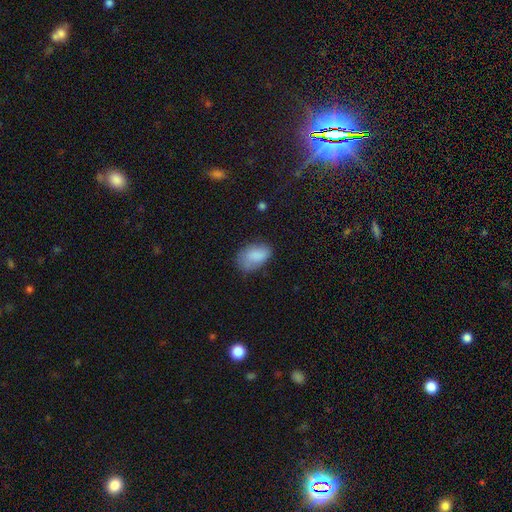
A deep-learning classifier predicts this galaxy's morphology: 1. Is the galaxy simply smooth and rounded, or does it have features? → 85% smooth, 8% featured or disk, 8% star or artifact.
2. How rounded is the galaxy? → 90% in between, 8% round, 1% cigar-shaped.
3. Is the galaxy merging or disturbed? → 59% none, 30% minor disturbance, 9% major disturbance, 2% merger.